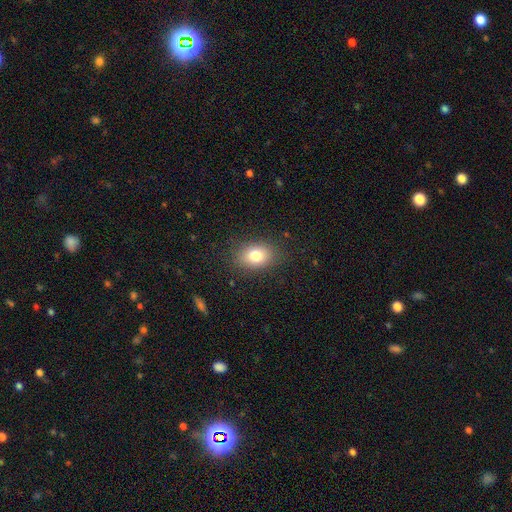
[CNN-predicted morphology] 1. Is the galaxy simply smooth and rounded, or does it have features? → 79% smooth, 10% featured or disk, 10% star or artifact.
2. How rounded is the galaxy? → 74% in between, 25% round, 1% cigar-shaped.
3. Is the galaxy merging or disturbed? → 85% none, 11% minor disturbance, 4% major disturbance, 1% merger.